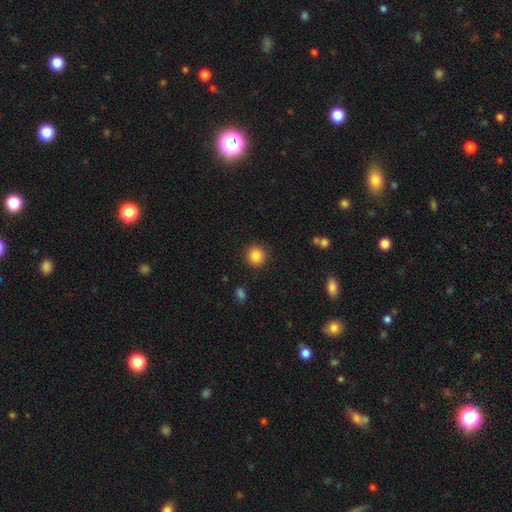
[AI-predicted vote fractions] smooth-or-featured: smooth: 86% | star or artifact: 10% | featured or disk: 4%
  how-rounded: round: 92% | in between: 8% | cigar-shaped: 1%
  merging: none: 90% | minor disturbance: 6% | major disturbance: 3% | merger: 1%